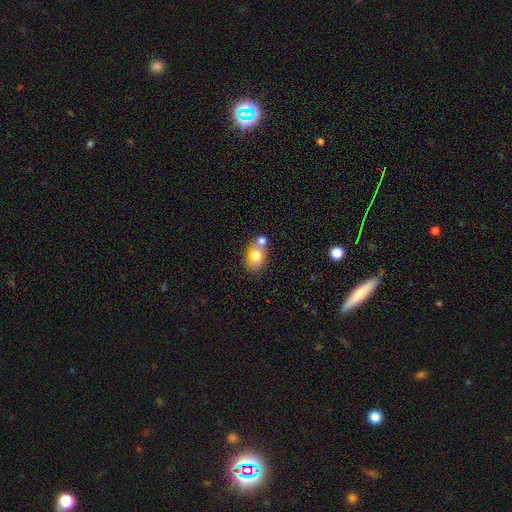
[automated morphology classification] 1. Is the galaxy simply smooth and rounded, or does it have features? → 69% smooth, 21% featured or disk, 10% star or artifact.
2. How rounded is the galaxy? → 75% in between, 23% round, 2% cigar-shaped.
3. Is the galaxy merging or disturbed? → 47% merger, 32% none, 14% minor disturbance, 7% major disturbance.